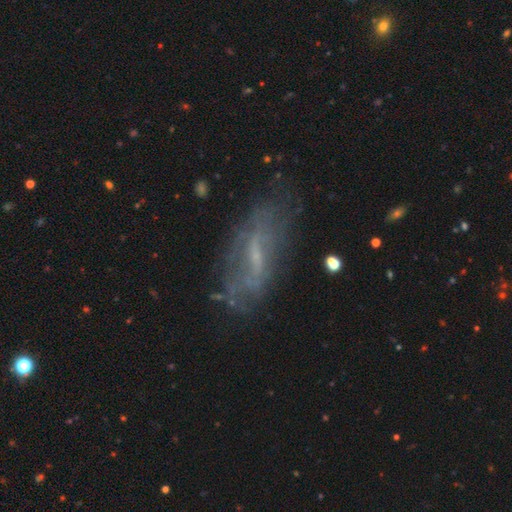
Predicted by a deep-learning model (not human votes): smooth_or_featured: featured or disk (p=0.60) [alt: smooth p=0.28]
disk_edge_on: no (p=0.80) [alt: yes p=0.20]
merging: none (p=0.64) [alt: minor disturbance p=0.22]